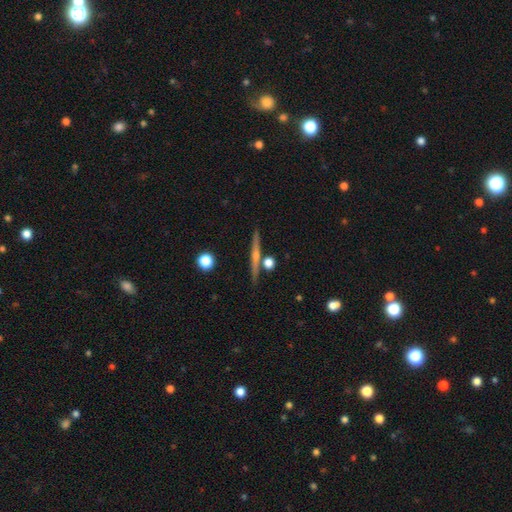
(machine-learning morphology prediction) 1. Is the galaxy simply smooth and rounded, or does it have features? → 66% featured or disk, 26% smooth, 8% star or artifact.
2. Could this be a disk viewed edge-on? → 97% yes, 3% no.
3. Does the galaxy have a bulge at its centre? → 67% rounded, 27% none, 6% boxy.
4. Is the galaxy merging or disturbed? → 85% none, 7% minor disturbance, 6% merger, 2% major disturbance.